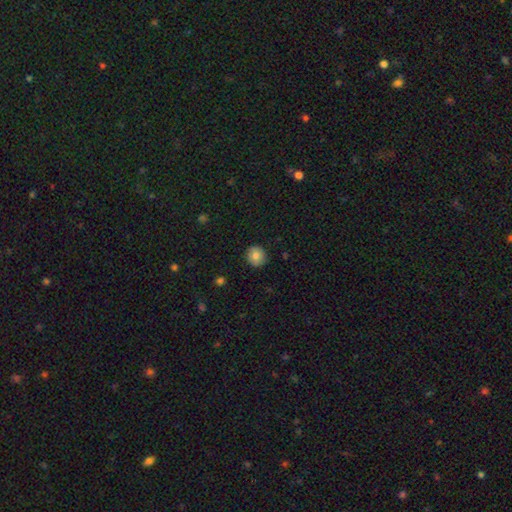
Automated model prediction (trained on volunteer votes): A smooth galaxy with no disk features (82%) that is round (91%). Merging: none (90%).